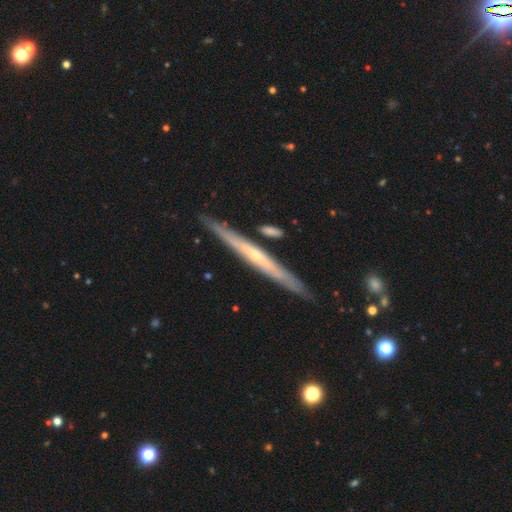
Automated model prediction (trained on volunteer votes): Overall: featured or disk (73%). Edge-on disk: yes (94%). Edge-on bulge: rounded (51%; none 46%). Merging: none (87%).